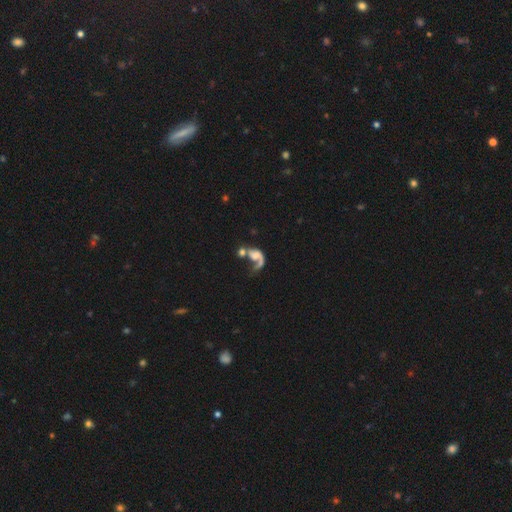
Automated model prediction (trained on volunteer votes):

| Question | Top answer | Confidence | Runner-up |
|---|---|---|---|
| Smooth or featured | featured or disk | 64% | smooth (26%) |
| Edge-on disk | no | 97% | yes (3%) |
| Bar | no | 72% | weak (21%) |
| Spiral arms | yes | 79% | no (21%) |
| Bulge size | none | 31% | small (29%) |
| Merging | merger | 40% | major disturbance (30%) |